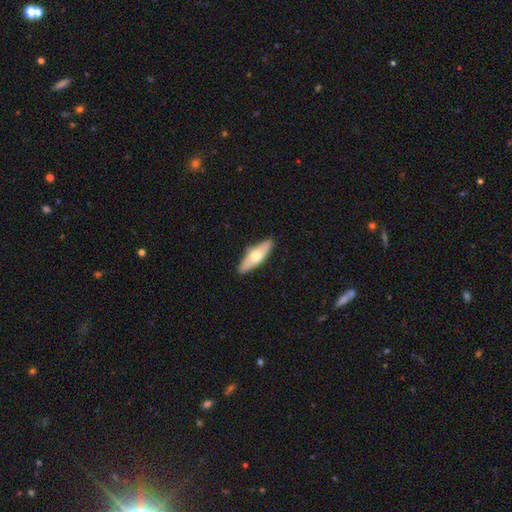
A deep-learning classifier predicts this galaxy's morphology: smooth-or-featured: smooth: 55% | featured or disk: 40% | star or artifact: 5%
  how-rounded: in between: 56% | cigar-shaped: 41% | round: 3%
  merging: none: 86% | minor disturbance: 10% | major disturbance: 2% | merger: 2%